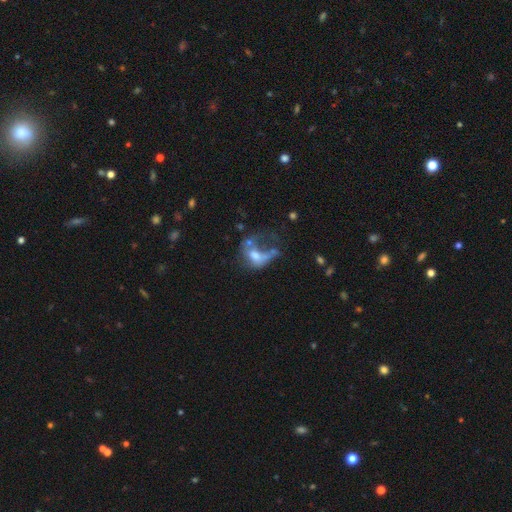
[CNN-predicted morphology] Smooth or featured: featured or disk — 47% (smooth — 40%)
Merging: major disturbance — 49% (merger — 23%)